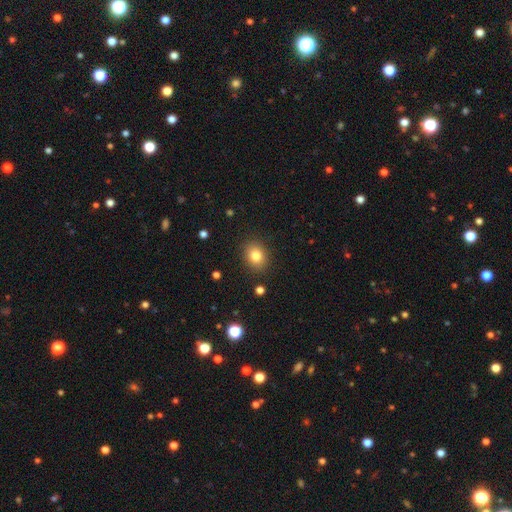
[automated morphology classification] Overall: smooth (82%). How rounded: round (51%; in between 48%). Merging: none (88%).